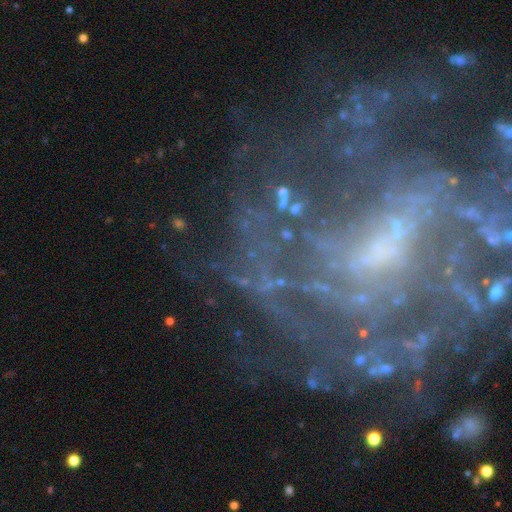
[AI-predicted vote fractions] A featured or disk galaxy (79%) with no bar (40%), tight (44%) spiral arms (80%) and a small central bulge (48%). Merging: none (55%).